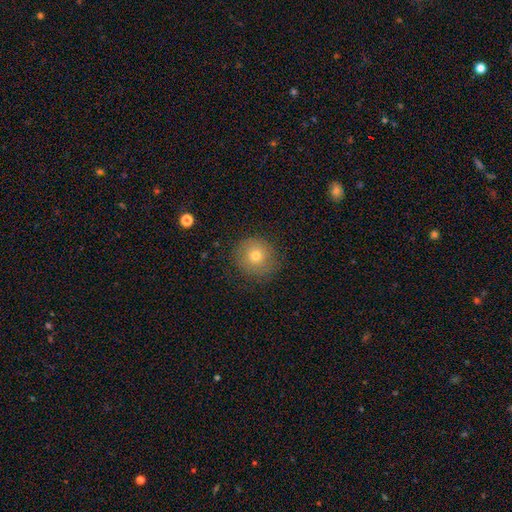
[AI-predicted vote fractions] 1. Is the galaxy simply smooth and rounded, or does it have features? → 71% smooth, 18% featured or disk, 11% star or artifact.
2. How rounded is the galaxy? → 93% round, 6% in between, 1% cigar-shaped.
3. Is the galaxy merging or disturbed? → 82% none, 12% minor disturbance, 4% major disturbance, 1% merger.